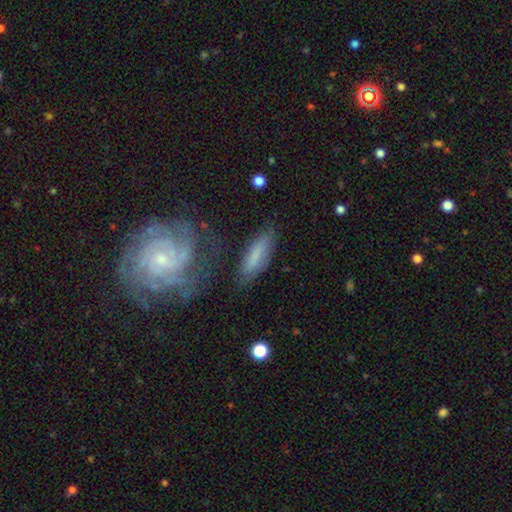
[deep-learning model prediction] Smooth or featured? smooth (61%)
How rounded? cigar-shaped (52%)
Merging? none (69%)